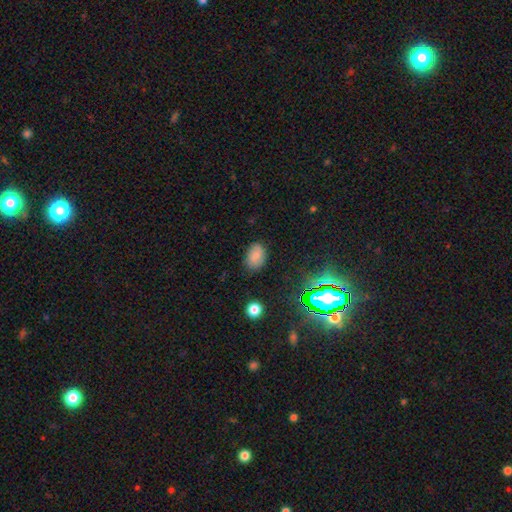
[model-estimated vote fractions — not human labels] The model was most divided on "merging": none: 78%, minor disturbance: 17%, major disturbance: 4%, merger: 2%. More confident: how rounded — in between (85%); smooth or featured — smooth (79%).